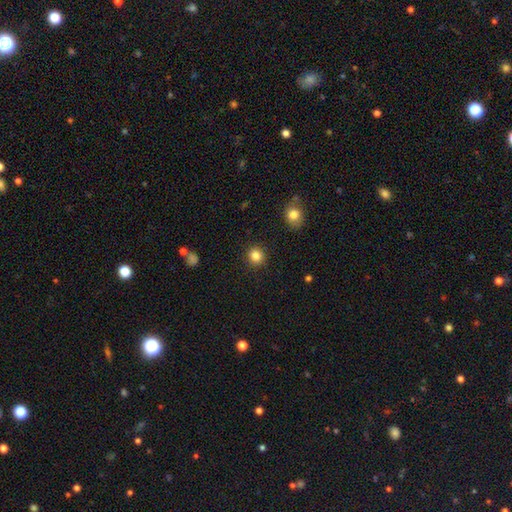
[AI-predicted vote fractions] A smooth galaxy with no disk features (84%) that is round (89%). Merging: none (91%).